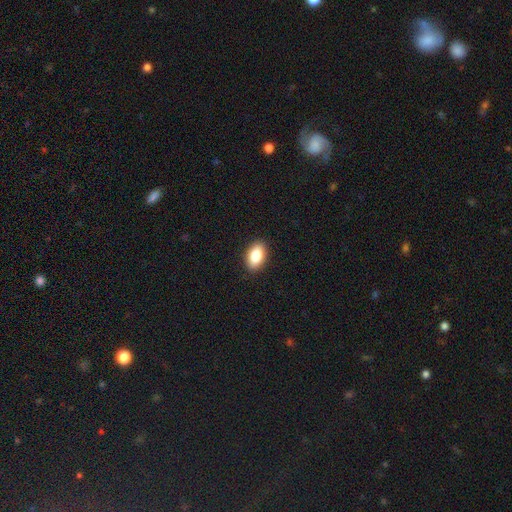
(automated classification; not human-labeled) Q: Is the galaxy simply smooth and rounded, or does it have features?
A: smooth — 86%.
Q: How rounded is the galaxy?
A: in between — 92%.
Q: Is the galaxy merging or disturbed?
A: none — 90%.